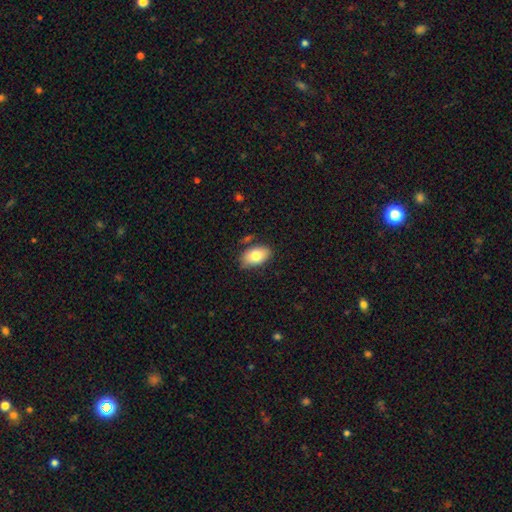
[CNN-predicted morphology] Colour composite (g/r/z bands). It shows a smooth galaxy with no disk features (78%) that is in between round and cigar-shaped (91%). Merging: none (76%).